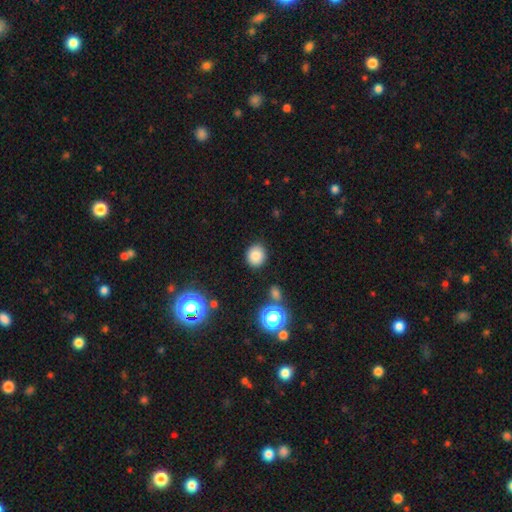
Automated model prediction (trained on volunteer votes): This appears to be a smooth galaxy with no disk features (82%) that is round (81%). Merging: none (86%).